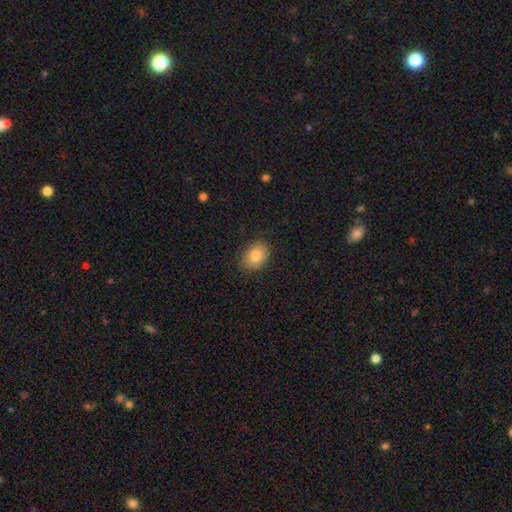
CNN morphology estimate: This is clearly a smooth galaxy (85%). How rounded: likely in between (76%). Merging: clearly none (86%).